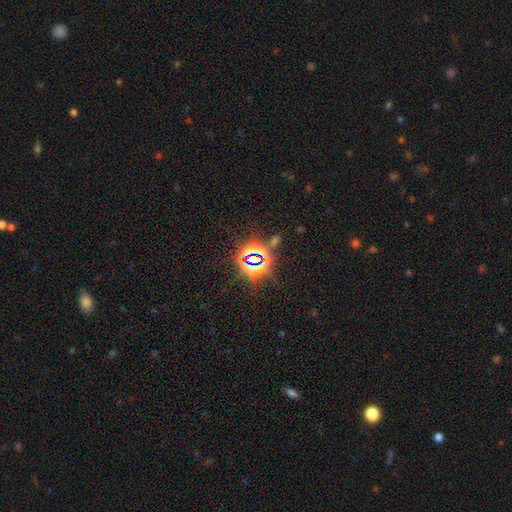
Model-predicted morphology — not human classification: A star or artifact, not a galaxy (80%).